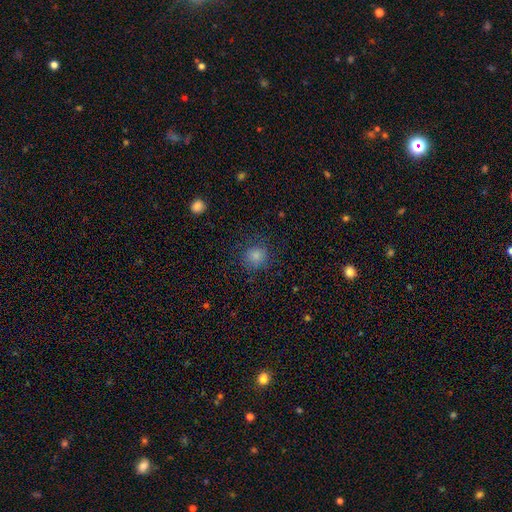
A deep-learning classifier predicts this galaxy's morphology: Smooth or featured? smooth (74%)
How rounded? round (90%)
Merging? none (84%)